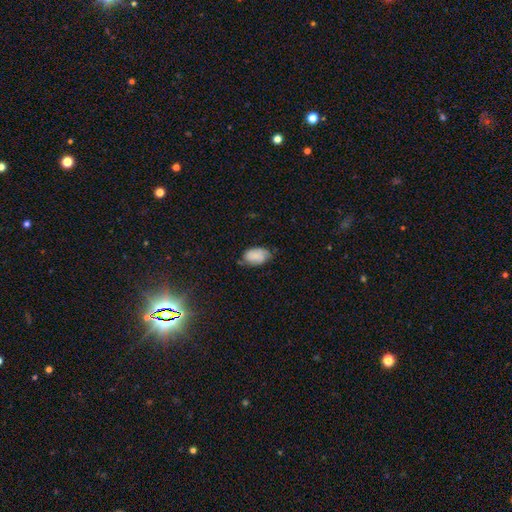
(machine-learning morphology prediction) This is likely a smooth galaxy (70%). How rounded: clearly in between (92%). Merging: possibly none (55%).